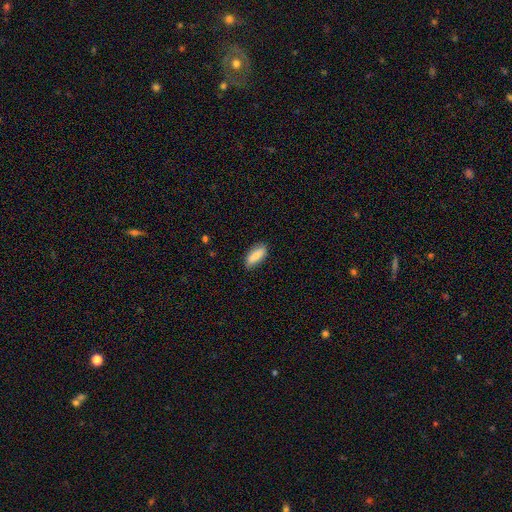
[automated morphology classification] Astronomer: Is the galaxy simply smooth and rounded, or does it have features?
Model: smooth — 84%.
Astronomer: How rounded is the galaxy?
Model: in between — 73%.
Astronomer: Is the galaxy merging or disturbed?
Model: none — 85%.